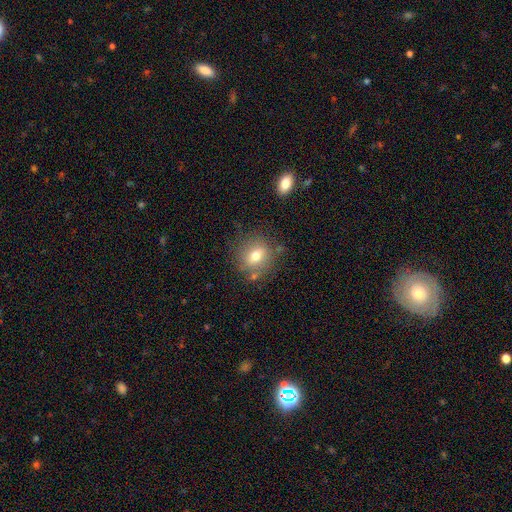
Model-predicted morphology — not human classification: The model was most divided on "how rounded": round: 68%, in between: 30%, cigar-shaped: 2%. More confident: merging — none (76%); smooth or featured — smooth (68%).